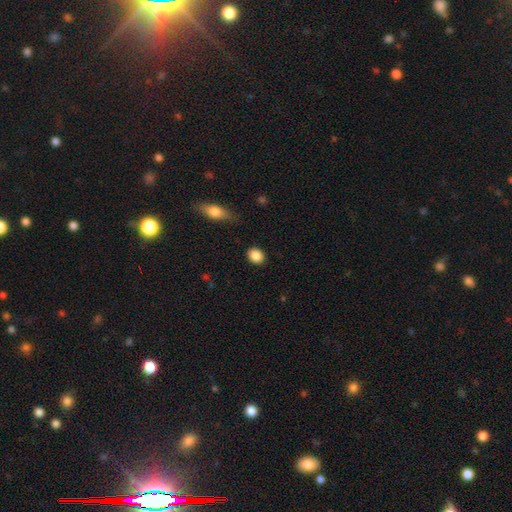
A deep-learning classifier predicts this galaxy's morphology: The model was most divided on "how rounded": round: 55%, in between: 44%, cigar-shaped: 1%. More confident: smooth or featured — smooth (88%); merging — none (87%).